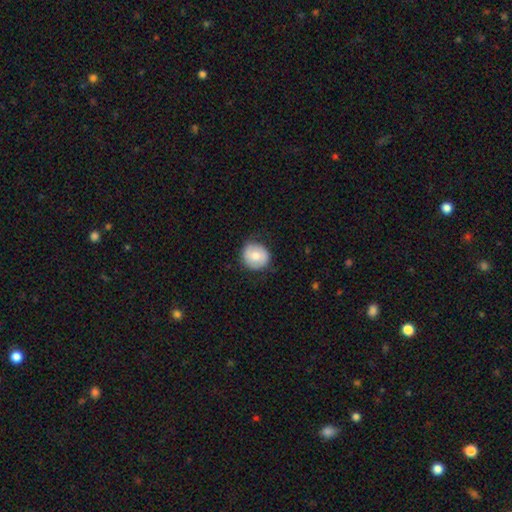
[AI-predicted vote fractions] Smooth or featured?
  - smooth: 71% *
  - featured or disk: 21%
  - star or artifact: 7%
How rounded?
  - round: 87% *
  - in between: 13%
  - cigar-shaped: 1%
Merging?
  - none: 77% *
  - minor disturbance: 17%
  - major disturbance: 4%
  - merger: 1%